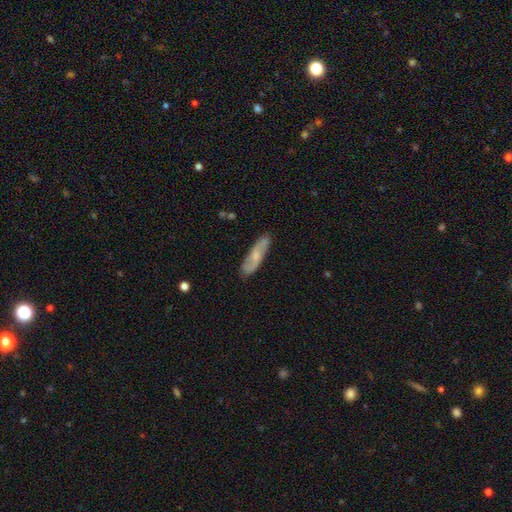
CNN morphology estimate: featured or disk 54%, smooth 40%, star or artifact 6%. Down the decision tree: edge-on disk — no (75%); merging — none (84%).